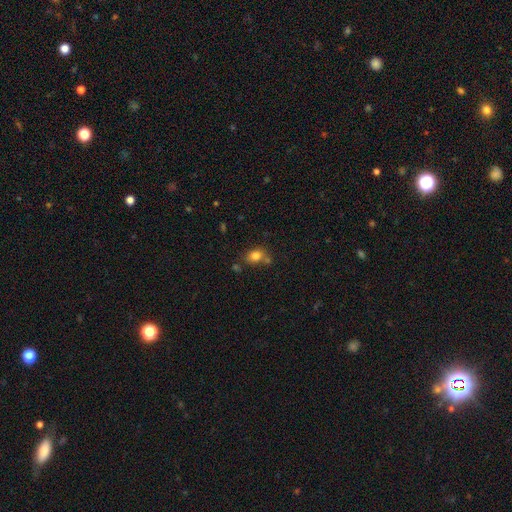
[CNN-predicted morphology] Q: Smooth or featured?
A: smooth (81%); runner-up: star or artifact (12%)
Q: How rounded?
A: in between (58%); runner-up: round (41%)
Q: Merging?
A: none (63%); runner-up: merger (17%)